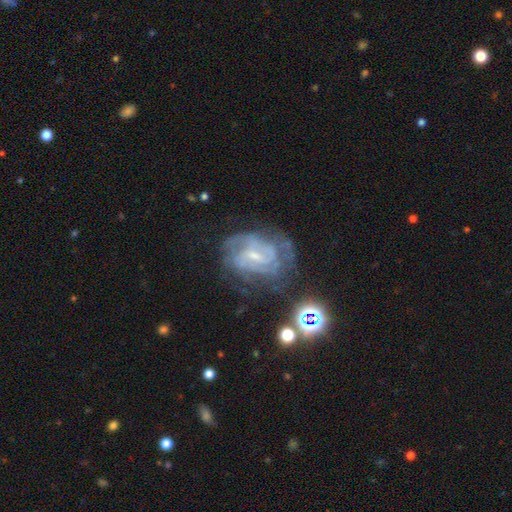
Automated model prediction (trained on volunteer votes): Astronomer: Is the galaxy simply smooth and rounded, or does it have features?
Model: featured or disk — 81%.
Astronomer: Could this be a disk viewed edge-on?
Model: no — 97%.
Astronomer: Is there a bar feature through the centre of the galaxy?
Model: weak — 56%.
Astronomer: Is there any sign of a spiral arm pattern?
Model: yes — 91%.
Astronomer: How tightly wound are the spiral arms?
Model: tight — 49% (runner-up: medium, 40%).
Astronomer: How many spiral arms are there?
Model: can't tell — 37% (runner-up: 2, 32%).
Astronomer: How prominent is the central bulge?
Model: small — 65%.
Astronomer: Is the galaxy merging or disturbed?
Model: none — 57%.